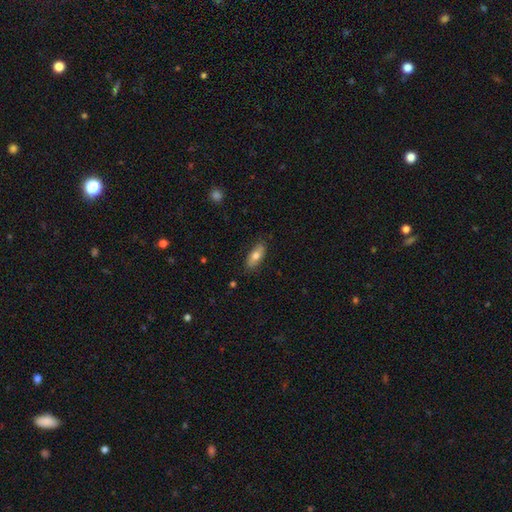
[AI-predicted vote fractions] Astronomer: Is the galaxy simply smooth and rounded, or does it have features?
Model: smooth — 72%.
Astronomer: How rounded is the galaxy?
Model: in between — 81%.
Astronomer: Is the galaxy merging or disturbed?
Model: none — 82%.